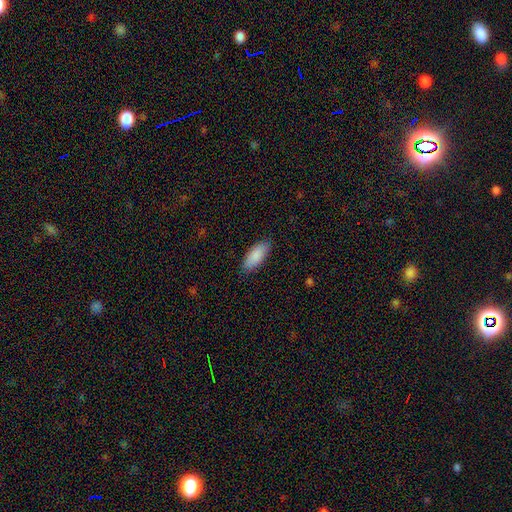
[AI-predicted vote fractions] smooth 88%, featured or disk 7%, star or artifact 5%. Down the decision tree: how rounded — in between (81%); merging — none (87%).